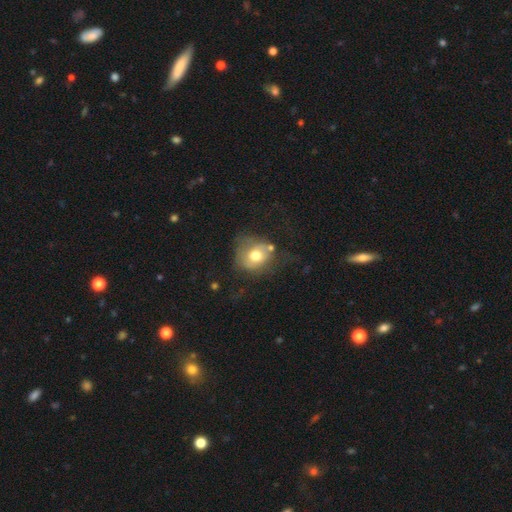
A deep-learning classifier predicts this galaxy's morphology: Overall: smooth (64%; featured or disk 26%). How rounded: round (64%; in between 35%). Merging: none (42%; minor disturbance 28%).